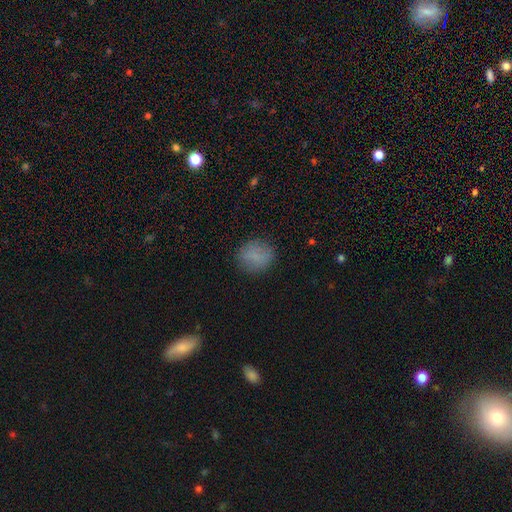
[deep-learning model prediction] Smooth or featured? smooth (82%)
How rounded? round (70%)
Merging? none (84%)